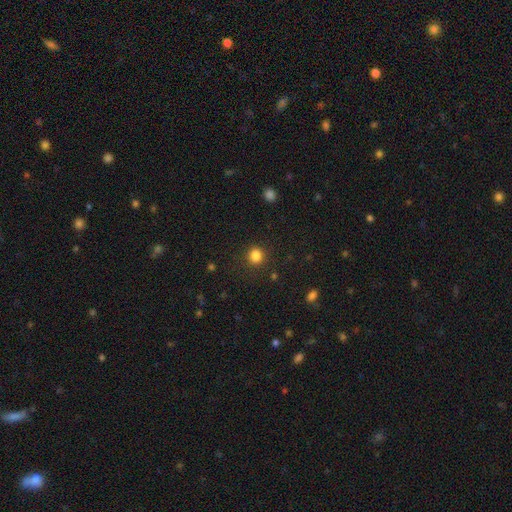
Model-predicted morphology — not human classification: A smooth galaxy with no disk features (84%) that is round (84%). Merging: none (88%).